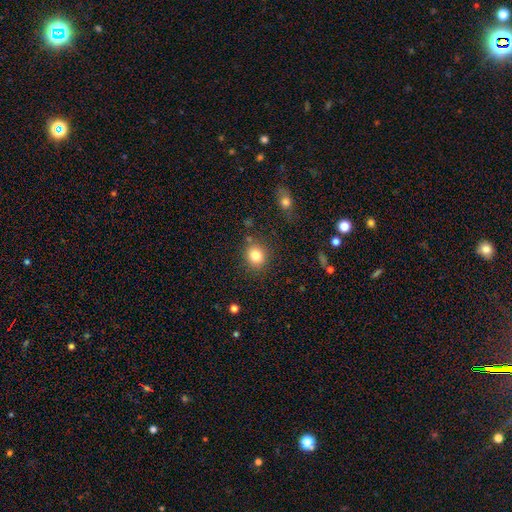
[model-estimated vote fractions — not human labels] Morphology: type=smooth (82%); roundness=round (81%); merging=none (84%).